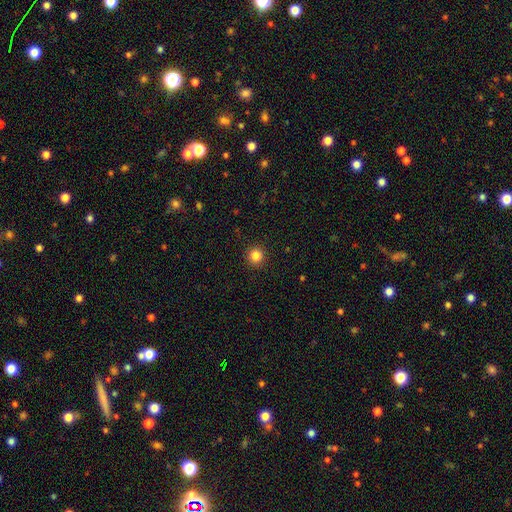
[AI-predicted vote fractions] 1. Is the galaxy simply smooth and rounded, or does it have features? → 84% smooth, 12% star or artifact, 4% featured or disk.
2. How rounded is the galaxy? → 95% round, 5% in between, 1% cigar-shaped.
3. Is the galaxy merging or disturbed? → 92% none, 5% minor disturbance, 2% major disturbance, 1% merger.